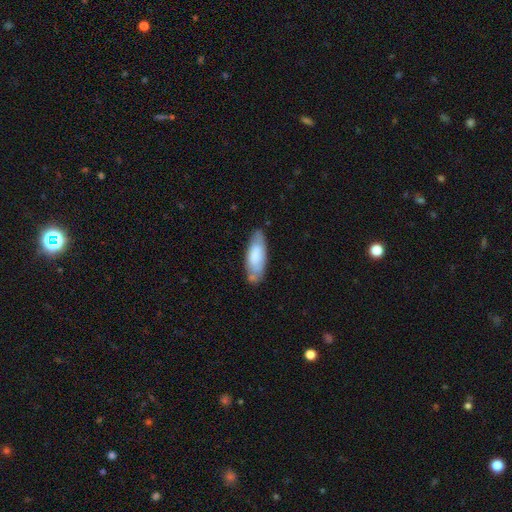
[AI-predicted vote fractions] Smooth or featured?
  - smooth: 74% *
  - featured or disk: 20%
  - star or artifact: 6%
How rounded?
  - in between: 71% *
  - cigar-shaped: 28%
  - round: 2%
Merging?
  - none: 64% *
  - minor disturbance: 24%
  - merger: 6%
  - major disturbance: 6%